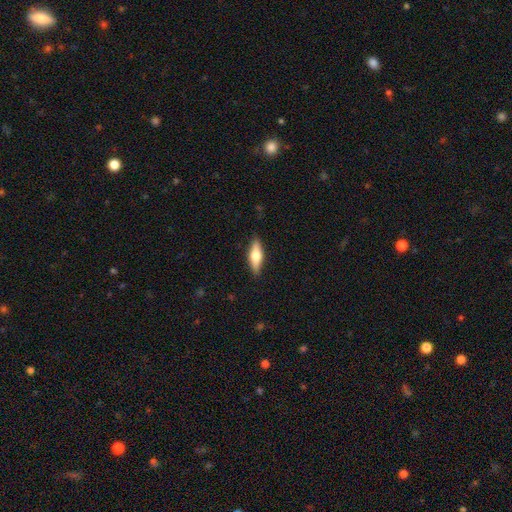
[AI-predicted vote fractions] smooth-or-featured: smooth: 50% | featured or disk: 44% | star or artifact: 6%
  how-rounded: in between: 51% | cigar-shaped: 46% | round: 3%
  merging: none: 88% | minor disturbance: 9% | major disturbance: 2% | merger: 1%